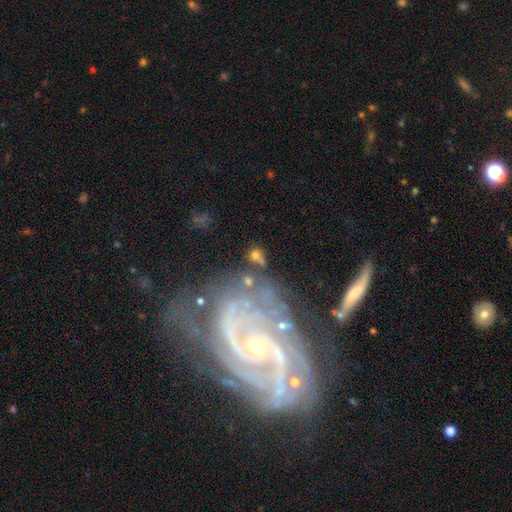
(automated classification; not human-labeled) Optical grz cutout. It shows a smooth galaxy with no disk features (50%) that is round (58%). Merging: none (52%).